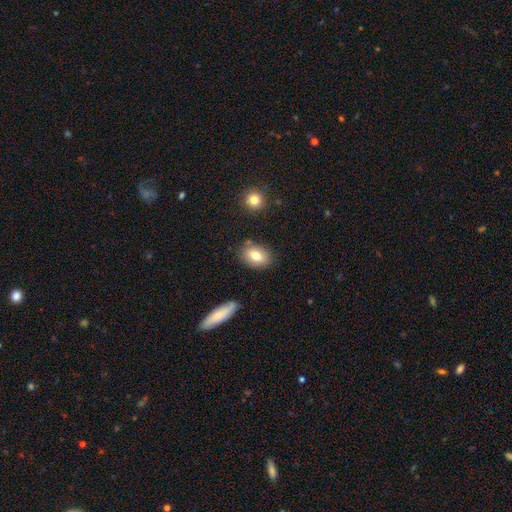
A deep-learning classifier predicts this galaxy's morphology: Smooth or featured: smooth — 75% (featured or disk — 17%)
How rounded: in between — 83% (round — 15%)
Merging: none — 80% (minor disturbance — 12%)